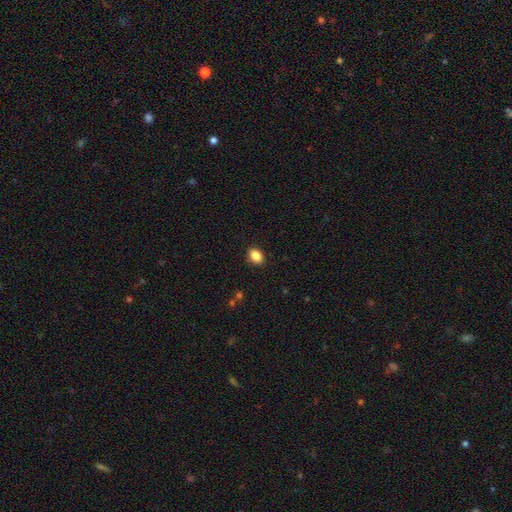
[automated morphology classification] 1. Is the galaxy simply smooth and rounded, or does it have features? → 86% smooth, 9% star or artifact, 5% featured or disk.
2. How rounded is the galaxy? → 76% in between, 23% round, 1% cigar-shaped.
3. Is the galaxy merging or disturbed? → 89% none, 8% minor disturbance, 2% major disturbance, 1% merger.